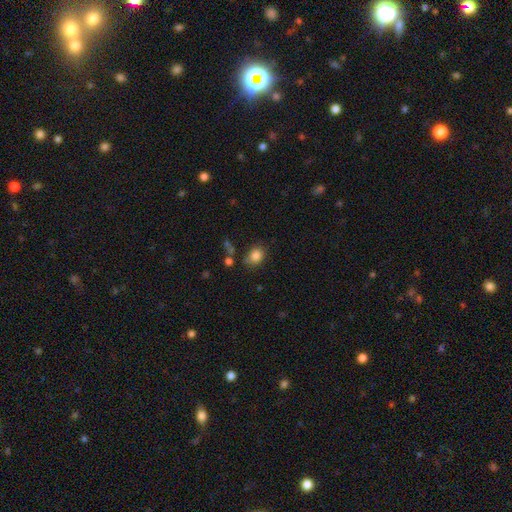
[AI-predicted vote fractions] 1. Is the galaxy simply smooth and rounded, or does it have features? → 84% smooth, 10% star or artifact, 6% featured or disk.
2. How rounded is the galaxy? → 52% in between, 47% round, 1% cigar-shaped.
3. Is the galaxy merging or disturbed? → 69% none, 20% minor disturbance, 6% major disturbance, 5% merger.